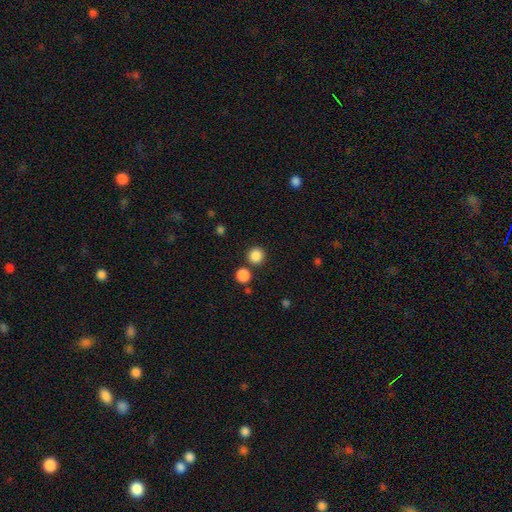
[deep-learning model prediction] Smooth or featured: smooth — 86% (star or artifact — 11%)
How rounded: round — 94% (in between — 5%)
Merging: none — 83% (merger — 8%)